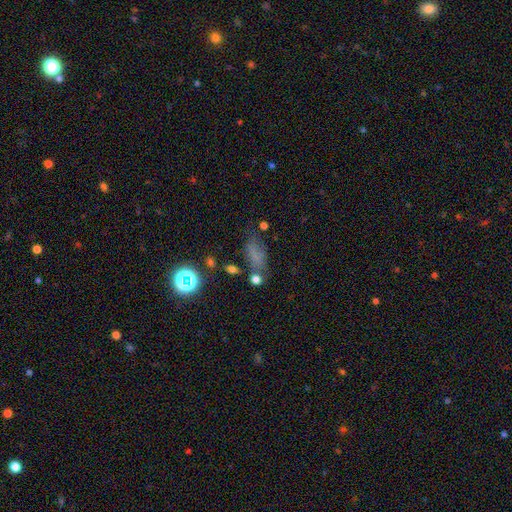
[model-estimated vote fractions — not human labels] smooth-or-featured: smooth: 53% | star or artifact: 28% | featured or disk: 19%
  how-rounded: in between: 71% | cigar-shaped: 16% | round: 13%
  merging: none: 54% | minor disturbance: 23% | major disturbance: 14% | merger: 9%